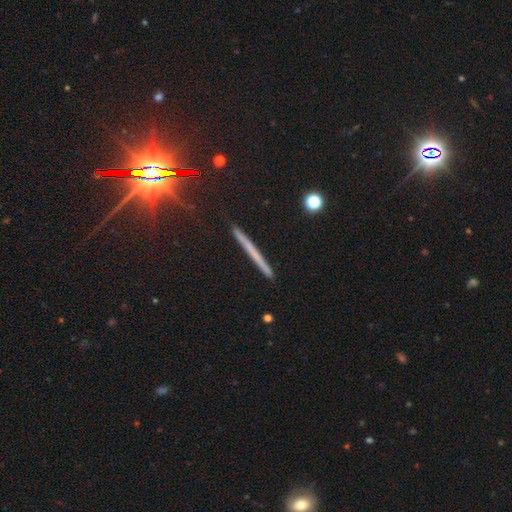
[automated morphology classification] Smooth or featured? featured or disk (43%)
Merging? none (90%)